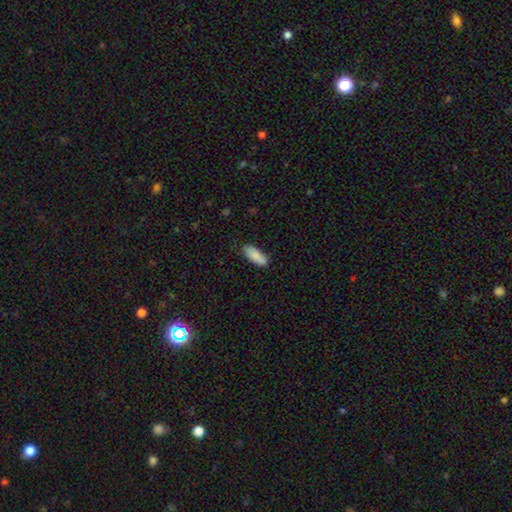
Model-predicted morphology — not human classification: This is clearly a smooth galaxy (86%). How rounded: likely in between (76%). Merging: likely none (78%).